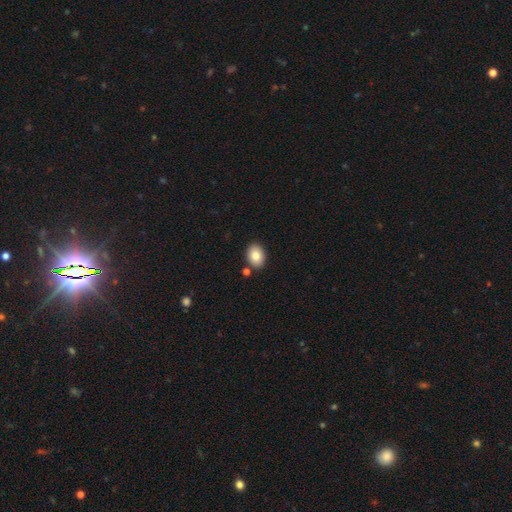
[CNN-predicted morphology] smooth 83%, featured or disk 9%, star or artifact 8%. Down the decision tree: how rounded — in between (75%); merging — none (83%).